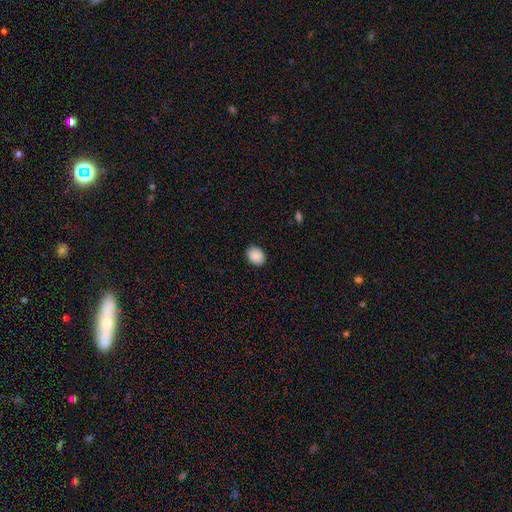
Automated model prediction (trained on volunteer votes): A smooth galaxy with no disk features (89%) that is in between round and cigar-shaped (53%).

Vote fractions:
- Smooth or featured? smooth: 89% / star or artifact: 8% / featured or disk: 4%
- How rounded? in between: 53% / round: 46% / cigar-shaped: 1%
- Merging? none: 90% / minor disturbance: 8% / major disturbance: 2% / merger: 1%